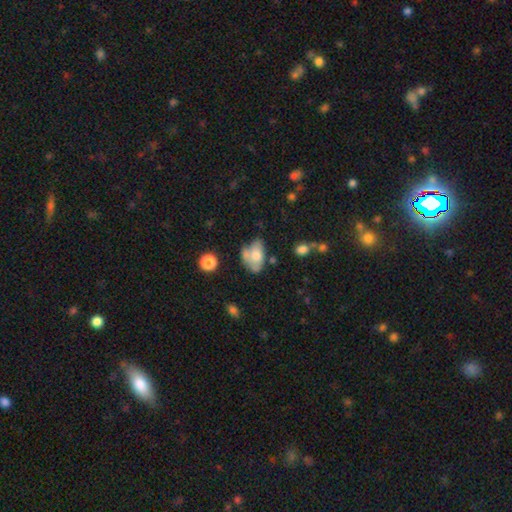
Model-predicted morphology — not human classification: A smooth galaxy with no disk features (61%) that is in between round and cigar-shaped (86%).

Vote fractions:
- Smooth or featured? smooth: 61% / featured or disk: 30% / star or artifact: 9%
- How rounded? in between: 86% / round: 12% / cigar-shaped: 2%
- Merging? none: 30% / minor disturbance: 28% / merger: 23% / major disturbance: 18%